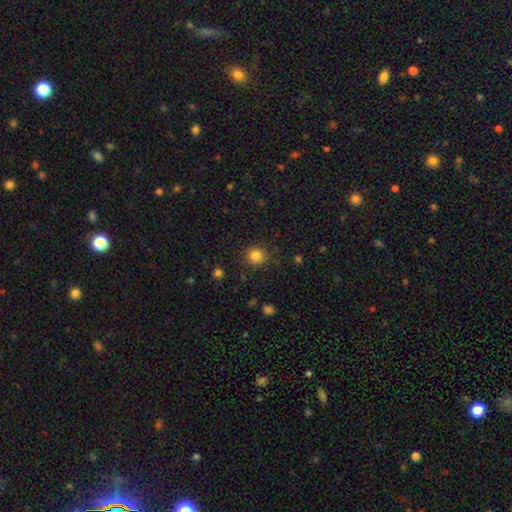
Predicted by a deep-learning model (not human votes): Morphology: type=smooth (83%); roundness=round (90%); merging=none (85%).